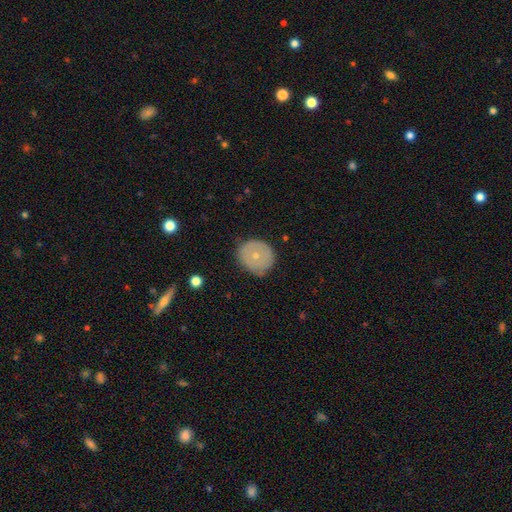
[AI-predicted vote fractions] smooth-or-featured: smooth: 56% | featured or disk: 36% | star or artifact: 8%
  how-rounded: round: 83% | in between: 16% | cigar-shaped: 1%
  merging: none: 80% | minor disturbance: 15% | major disturbance: 4% | merger: 1%